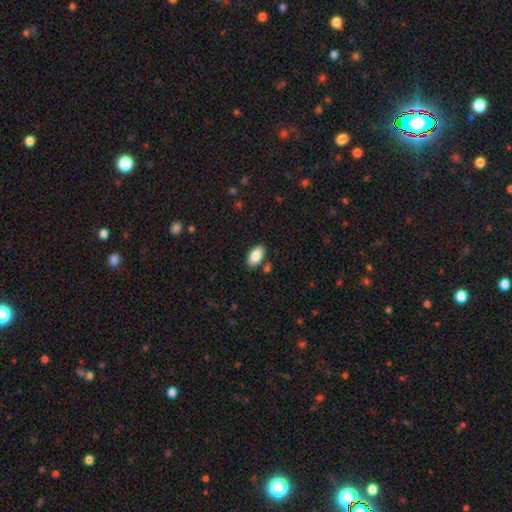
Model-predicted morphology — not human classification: Smooth or featured? Predicted: smooth (p=0.86). How rounded? Predicted: in between (p=0.93). Merging? Predicted: none (p=0.83).